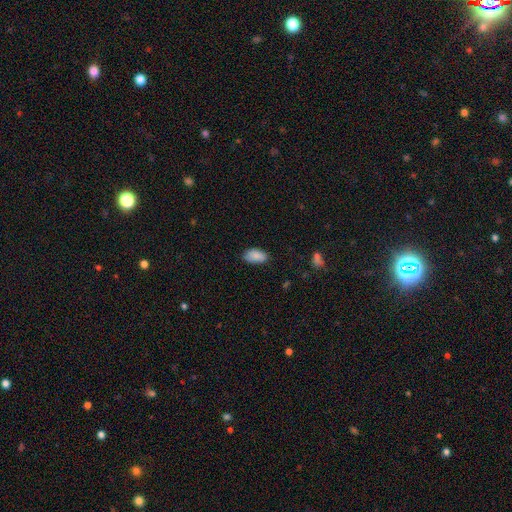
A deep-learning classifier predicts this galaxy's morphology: smooth 89%, star or artifact 7%, featured or disk 4%. Down the decision tree: how rounded — in between (94%); merging — none (80%).